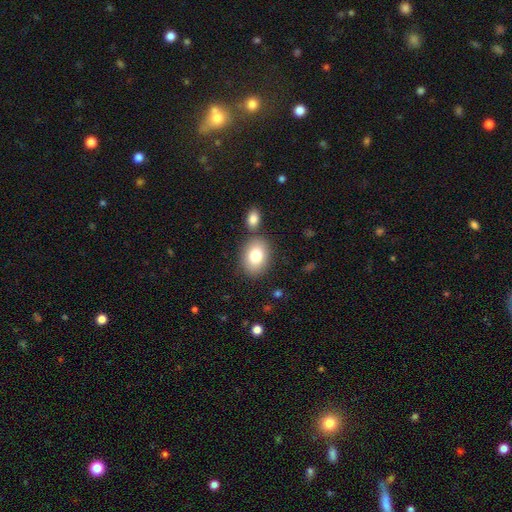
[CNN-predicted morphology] A smooth galaxy with no disk features (80%) that is in between round and cigar-shaped (70%). Merging: none (75%).